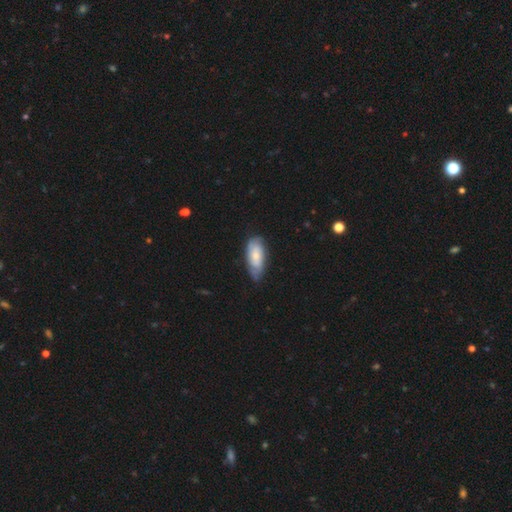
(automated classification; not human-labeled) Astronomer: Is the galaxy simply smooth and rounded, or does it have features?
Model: smooth — 56% (runner-up: featured or disk, 38%).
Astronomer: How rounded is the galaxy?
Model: in between — 85%.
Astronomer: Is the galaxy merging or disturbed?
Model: none — 61%.